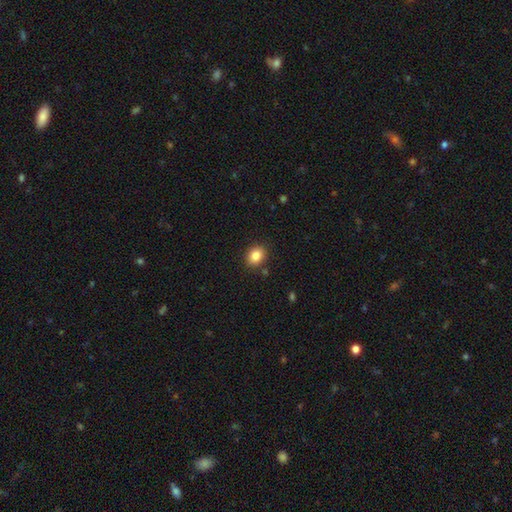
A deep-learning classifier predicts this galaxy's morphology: A smooth galaxy with no disk features (85%) that is in between round and cigar-shaped (55%). Merging: none (87%).